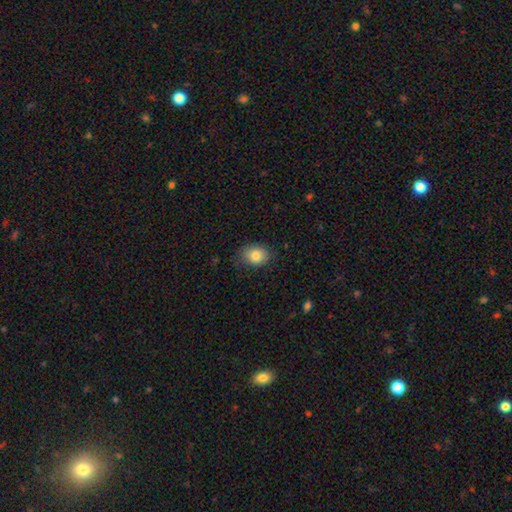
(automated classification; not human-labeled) A smooth galaxy with no disk features (83%) that is in between round and cigar-shaped (62%). Merging: none (73%).